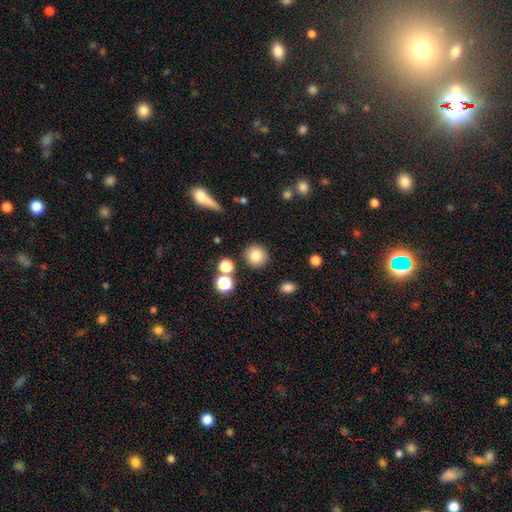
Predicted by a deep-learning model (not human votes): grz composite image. It shows a smooth galaxy with no disk features (82%) that is round (92%). Merging: none (87%).